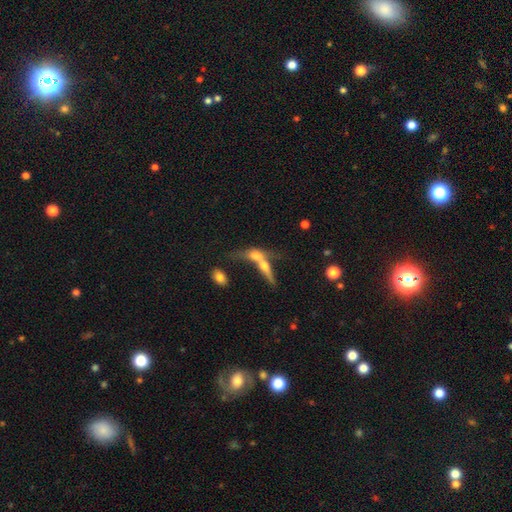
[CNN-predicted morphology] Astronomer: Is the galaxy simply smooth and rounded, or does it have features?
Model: smooth — 46% (runner-up: featured or disk, 44%).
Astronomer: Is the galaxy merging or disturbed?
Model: merger — 64%.